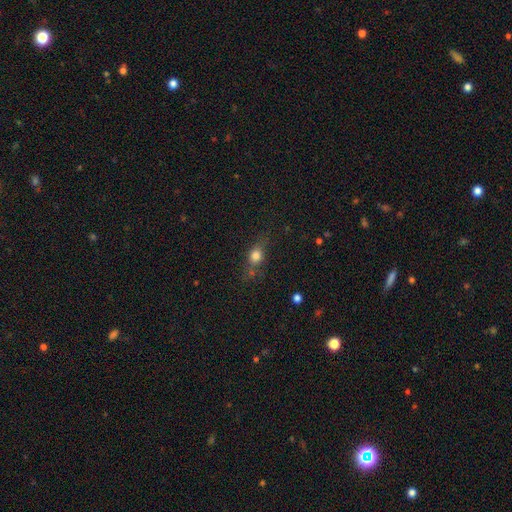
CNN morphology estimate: Smooth or featured: smooth — 71% (featured or disk — 15%)
How rounded: in between — 46% (round — 44%)
Merging: none — 62% (minor disturbance — 23%)